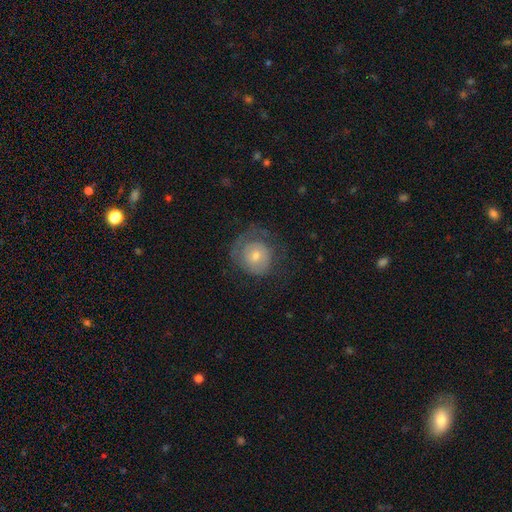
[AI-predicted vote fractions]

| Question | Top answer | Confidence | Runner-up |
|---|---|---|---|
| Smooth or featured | featured or disk | 52% | smooth (39%) |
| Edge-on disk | no | 97% | yes (3%) |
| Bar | no | 80% | weak (17%) |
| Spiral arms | yes | 69% | no (31%) |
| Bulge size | small | 47% | tied: moderate (47%) |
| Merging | none | 62% | minor disturbance (19%) |